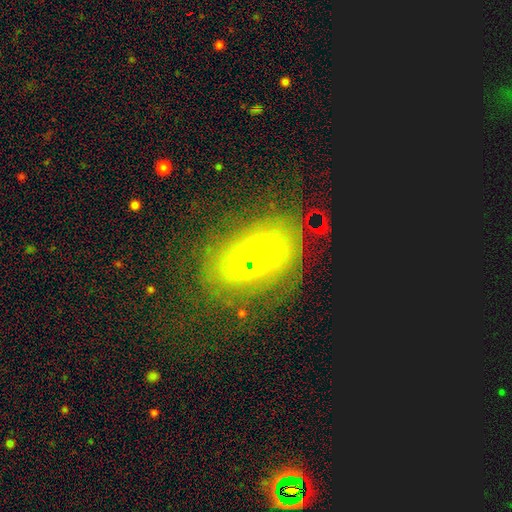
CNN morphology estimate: smooth-or-featured: featured or disk: 63% | smooth: 25% | star or artifact: 12%
  disk-edge-on: no: 93% | yes: 7%
    bar: no: 74% | weak: 21% | strong: 6%
    has-spiral-arms: yes: 68% | no: 32%
    bulge-size: small: 72% | moderate: 22% | large: 2% | none: 2% | dominant: 1%
  merging: none: 68% | minor disturbance: 19% | major disturbance: 11% | merger: 2%